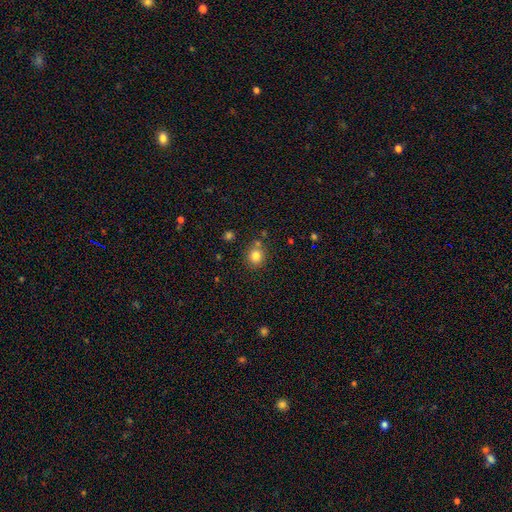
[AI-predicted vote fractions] smooth 82%, star or artifact 12%, featured or disk 6%. Down the decision tree: how rounded — round (82%); merging — none (75%).